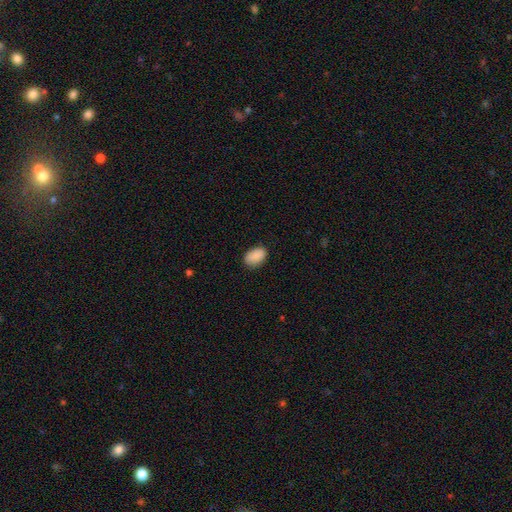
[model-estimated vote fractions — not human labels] A smooth galaxy with no disk features (89%) that is in between round and cigar-shaped (89%).

Vote fractions:
- Smooth or featured? smooth: 89% / star or artifact: 7% / featured or disk: 4%
- How rounded? in between: 89% / round: 10% / cigar-shaped: 1%
- Merging? none: 84% / minor disturbance: 12% / major disturbance: 2% / merger: 1%